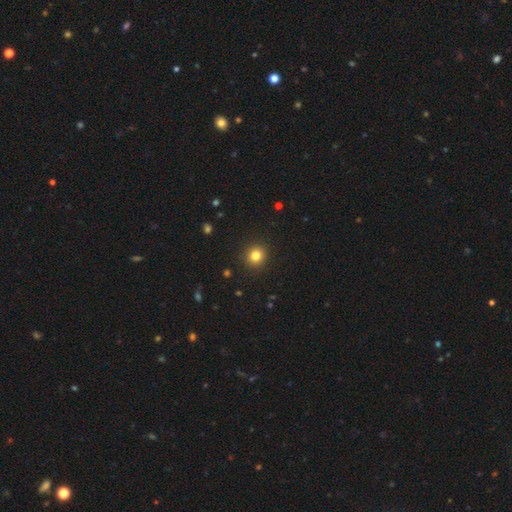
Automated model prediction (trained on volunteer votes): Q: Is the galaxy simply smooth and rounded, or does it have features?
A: smooth — 82%.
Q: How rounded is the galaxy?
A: round — 91%.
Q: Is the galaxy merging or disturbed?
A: none — 92%.